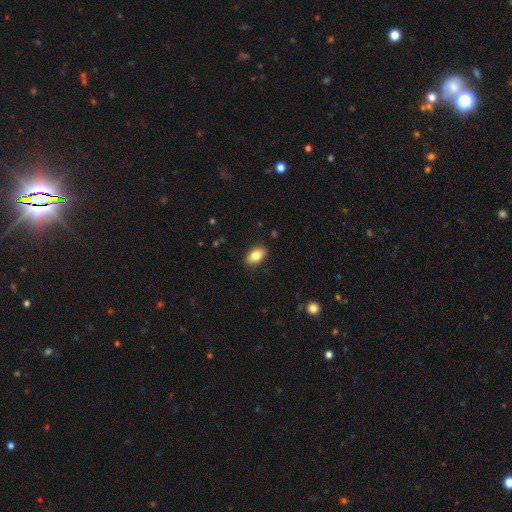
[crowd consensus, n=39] Smooth or featured? 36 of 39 (92%) said smooth. How rounded? 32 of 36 (89%) said in between. Merging? 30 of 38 (79%) said none.